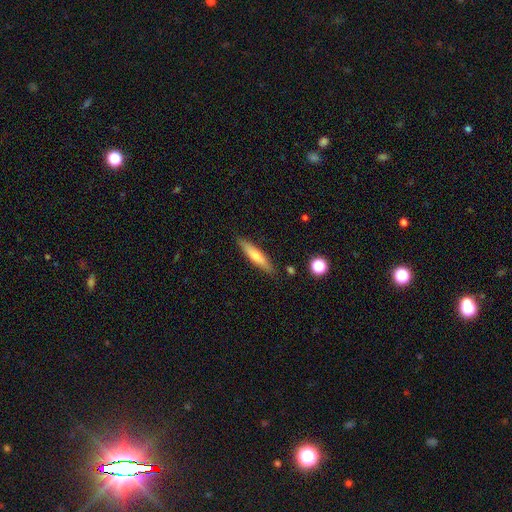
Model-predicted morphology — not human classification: Smooth or featured? smooth (55%)
How rounded? cigar-shaped (87%)
Merging? none (87%)